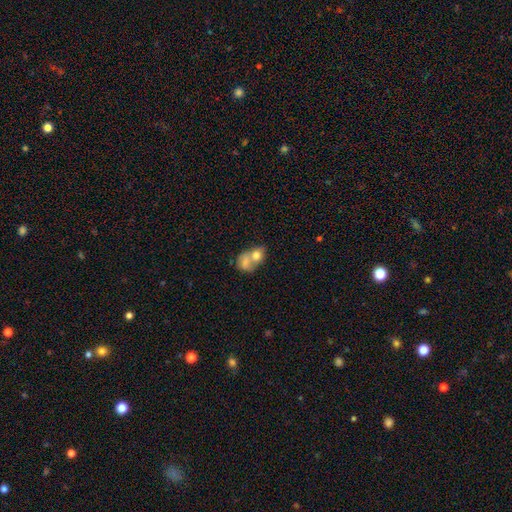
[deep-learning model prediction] The model was most divided on "how rounded": in between: 56%, round: 43%, cigar-shaped: 2%. More confident: merging — merger (72%); smooth or featured — smooth (71%).